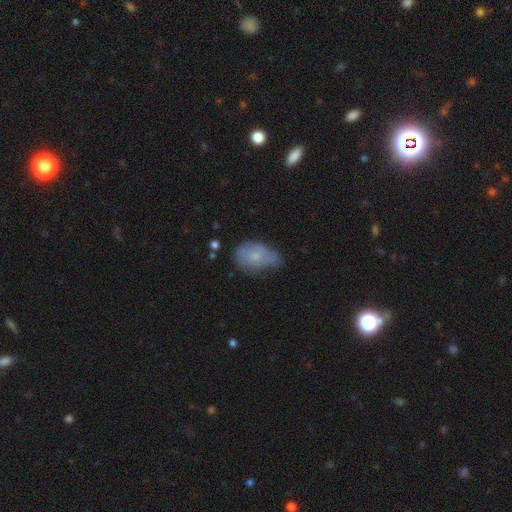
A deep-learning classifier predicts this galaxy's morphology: A smooth galaxy with no disk features (65%) that is in between round and cigar-shaped (85%). Merging: none (41%).